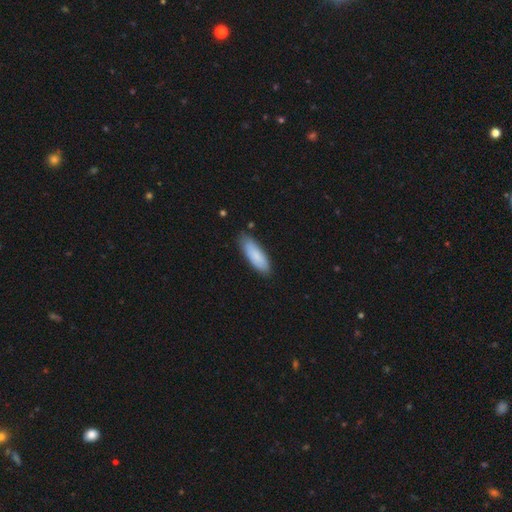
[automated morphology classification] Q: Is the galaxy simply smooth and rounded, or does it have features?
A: smooth — 84%.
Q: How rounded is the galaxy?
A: in between — 60%.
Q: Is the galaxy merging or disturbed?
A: none — 79%.